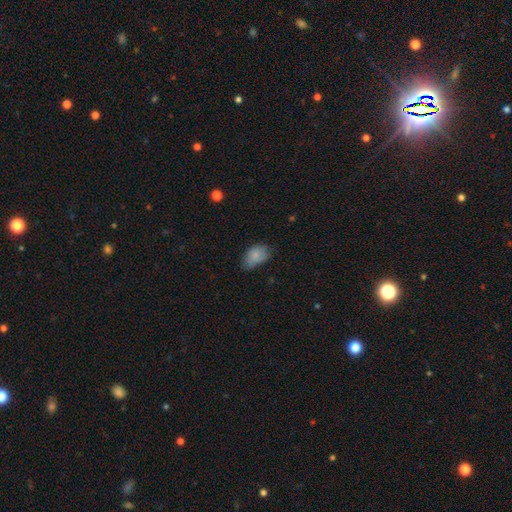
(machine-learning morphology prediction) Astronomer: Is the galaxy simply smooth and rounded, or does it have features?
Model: smooth — 80%.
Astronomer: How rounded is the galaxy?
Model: in between — 86%.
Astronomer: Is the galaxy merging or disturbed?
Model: none — 49% (runner-up: minor disturbance, 38%).